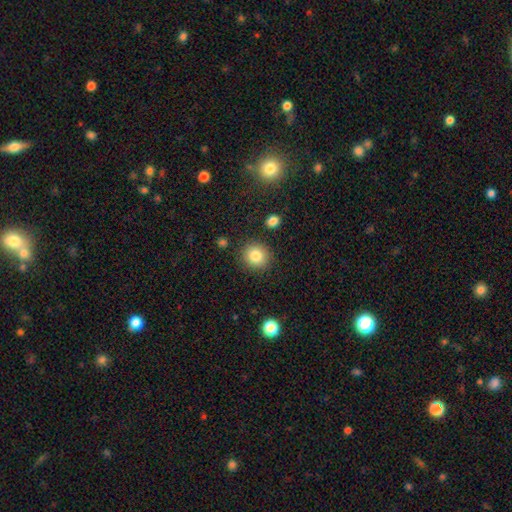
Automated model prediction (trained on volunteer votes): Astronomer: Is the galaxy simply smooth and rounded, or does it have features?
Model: smooth — 83%.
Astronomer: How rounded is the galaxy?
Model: round — 88%.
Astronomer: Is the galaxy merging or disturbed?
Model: none — 87%.